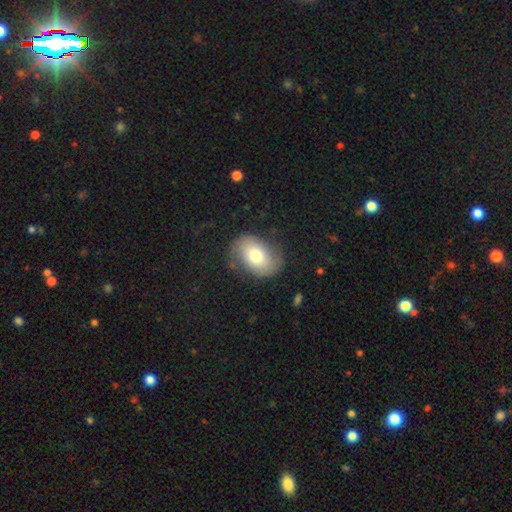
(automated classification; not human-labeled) smooth-or-featured: smooth: 64% | featured or disk: 28% | star or artifact: 8%
  how-rounded: in between: 78% | round: 21% | cigar-shaped: 1%
  merging: none: 73% | minor disturbance: 18% | major disturbance: 7% | merger: 1%